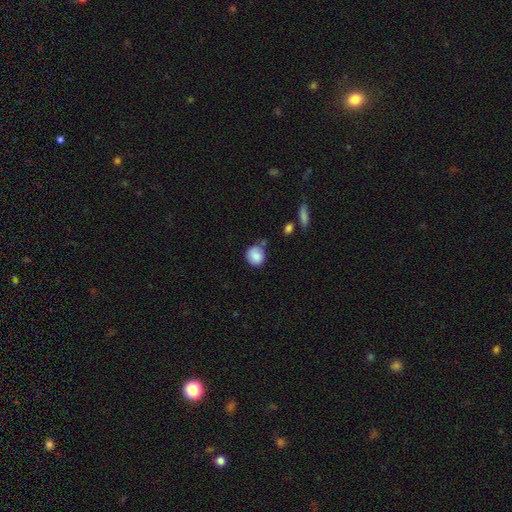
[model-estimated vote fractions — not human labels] Smooth or featured: smooth — 86% (star or artifact — 8%)
How rounded: round — 82% (in between — 17%)
Merging: none — 64% (minor disturbance — 23%)